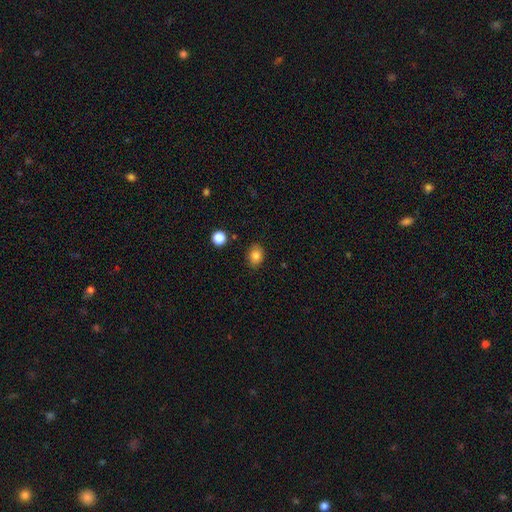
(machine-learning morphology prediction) A smooth galaxy with no disk features (83%) that is in between round and cigar-shaped (67%).

Vote fractions:
- Smooth or featured? smooth: 83% / star or artifact: 10% / featured or disk: 7%
- How rounded? in between: 67% / round: 32% / cigar-shaped: 1%
- Merging? none: 86% / minor disturbance: 10% / major disturbance: 2% / merger: 2%